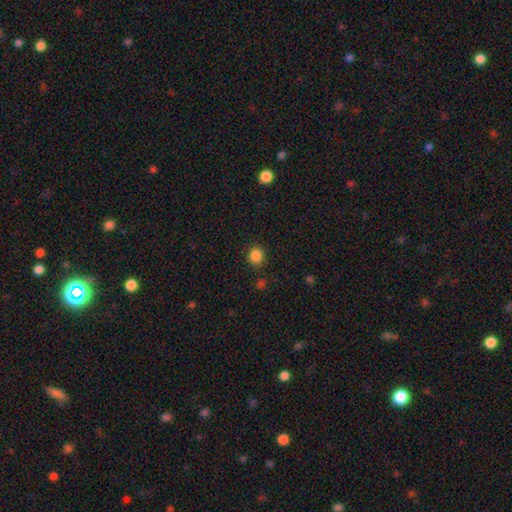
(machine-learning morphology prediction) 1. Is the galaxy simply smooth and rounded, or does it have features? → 85% smooth, 11% star or artifact, 3% featured or disk.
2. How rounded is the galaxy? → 80% round, 19% in between, 1% cigar-shaped.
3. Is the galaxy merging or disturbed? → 87% none, 8% minor disturbance, 3% major disturbance, 2% merger.